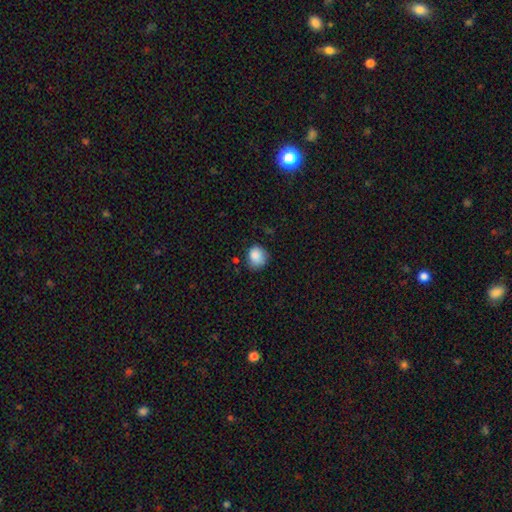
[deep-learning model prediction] smooth_or_featured: smooth (p=0.86) [alt: star or artifact p=0.09]
how_rounded: round (p=0.71) [alt: in between p=0.29]
merging: none (p=0.65) [alt: minor disturbance p=0.27]